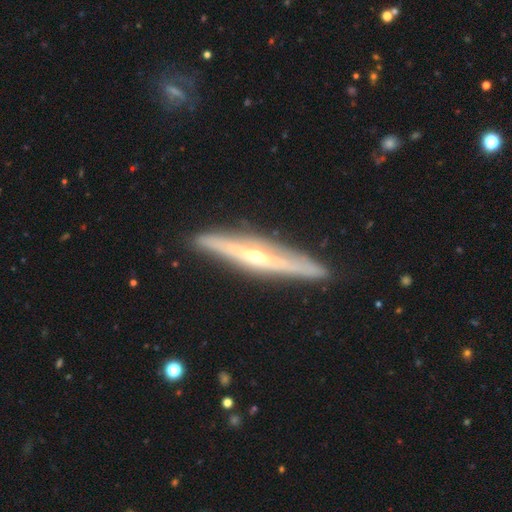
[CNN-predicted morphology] smooth_or_featured: featured or disk (p=0.80) [alt: smooth p=0.15]
disk_edge_on: yes (p=0.93) [alt: no p=0.07]
edge_on_bulge: rounded (p=0.82) [alt: none p=0.15]
merging: none (p=0.87) [alt: minor disturbance p=0.10]